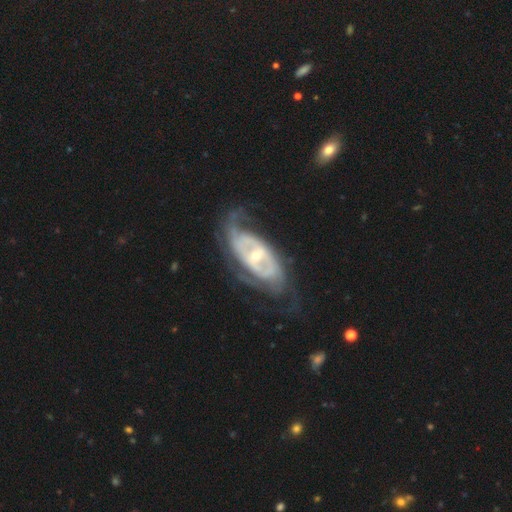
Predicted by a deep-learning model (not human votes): featured or disk 85%, smooth 10%, star or artifact 5%. Down the decision tree: edge-on disk — no (93%); bar — weak (38%); spiral arms — yes (86%); spiral arm count — 2 (50%); spiral winding — tight (43%); bulge size — small (58%); merging — none (55%).